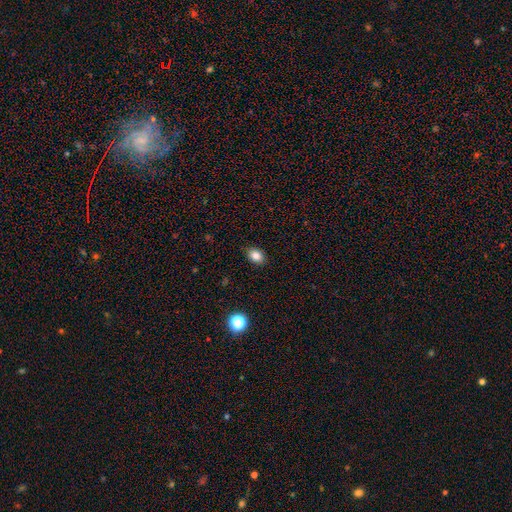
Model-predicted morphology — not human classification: Smooth or featured? Predicted: smooth (p=0.83). How rounded? Predicted: in between (p=0.71). Merging? Predicted: none (p=0.87).